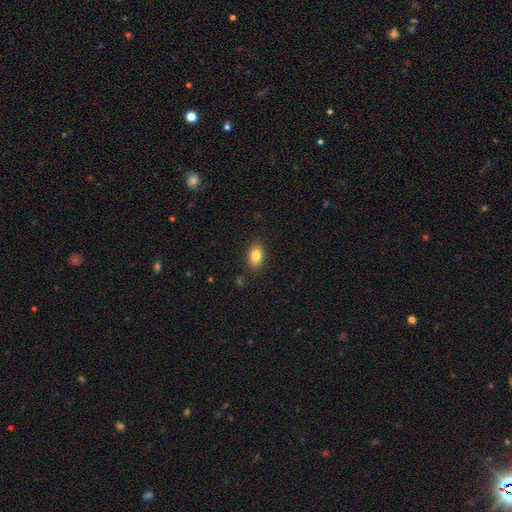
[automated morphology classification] smooth-or-featured: smooth: 83% | featured or disk: 9% | star or artifact: 8%
  how-rounded: in between: 86% | round: 12% | cigar-shaped: 2%
  merging: none: 87% | minor disturbance: 10% | major disturbance: 2% | merger: 1%